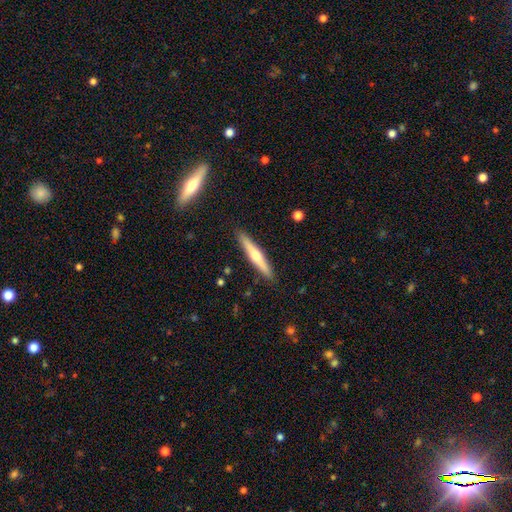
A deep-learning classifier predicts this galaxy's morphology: Smooth or featured: featured or disk — 53% (smooth — 42%)
Edge-on disk: yes — 97% (no — 3%)
Edge-on bulge: rounded — 80% (none — 14%)
Merging: none — 90% (minor disturbance — 7%)